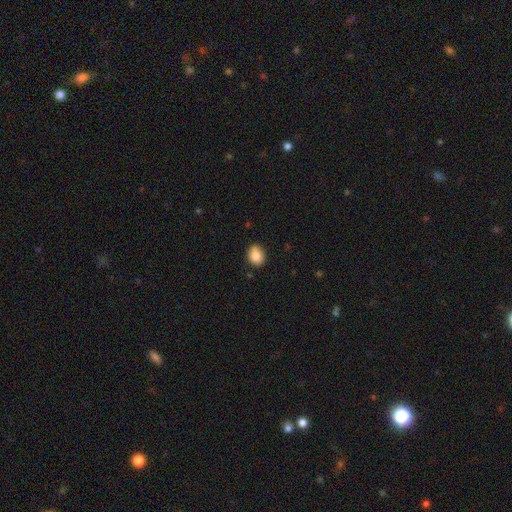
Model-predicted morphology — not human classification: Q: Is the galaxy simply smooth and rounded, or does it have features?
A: smooth — 85%.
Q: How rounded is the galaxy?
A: in between — 51%.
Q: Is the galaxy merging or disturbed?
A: none — 84%.